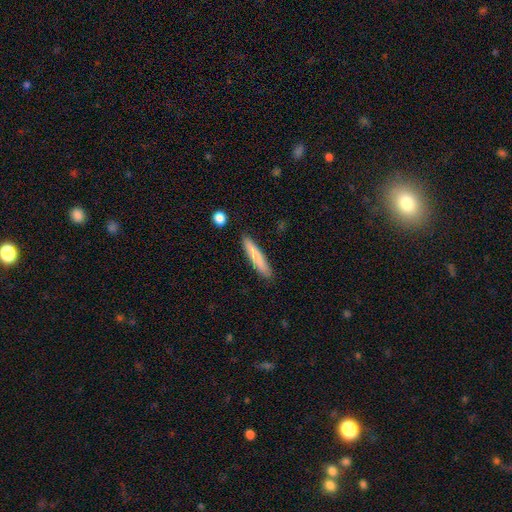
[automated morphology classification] Smooth or featured? smooth (79%)
How rounded? cigar-shaped (92%)
Merging? none (89%)